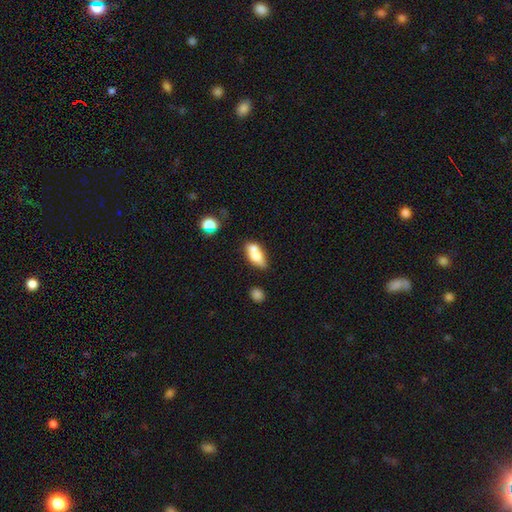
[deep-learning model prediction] Smooth or featured?
  - smooth: 66% *
  - featured or disk: 26%
  - star or artifact: 8%
How rounded?
  - in between: 78% *
  - cigar-shaped: 16%
  - round: 6%
Merging?
  - none: 41% *
  - merger: 36%
  - minor disturbance: 17%
  - major disturbance: 6%